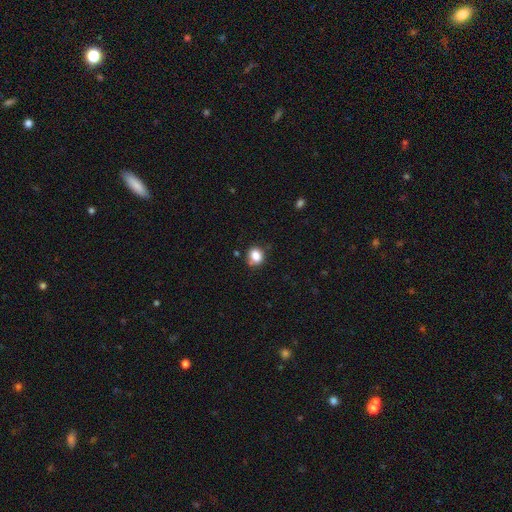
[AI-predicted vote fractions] A smooth galaxy with no disk features (84%) that is round (62%).

Vote fractions:
- Smooth or featured? smooth: 84% / star or artifact: 11% / featured or disk: 5%
- How rounded? round: 62% / in between: 37% / cigar-shaped: 1%
- Merging? none: 69% / minor disturbance: 20% / merger: 6% / major disturbance: 5%